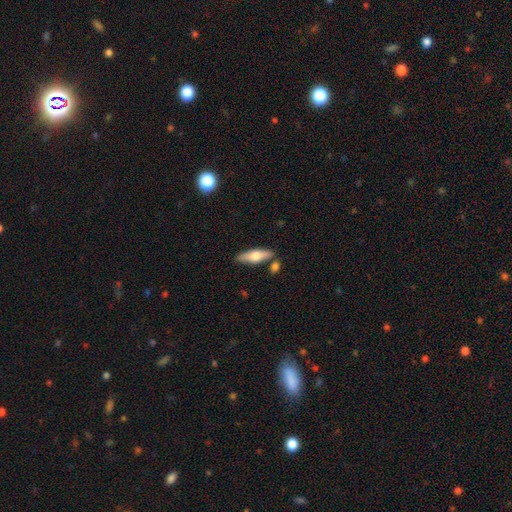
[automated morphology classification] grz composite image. It shows a smooth galaxy with no disk features (60%) that is in between round and cigar-shaped (51%). Merging: none (77%).